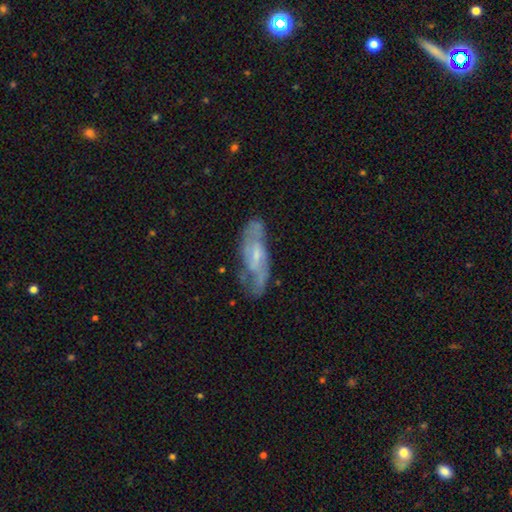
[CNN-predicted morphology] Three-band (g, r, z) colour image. It shows a featured or disk galaxy (67%) with a weak bar (45%), spiral arms (75%) and a small central bulge (52%). Merging: none (59%).